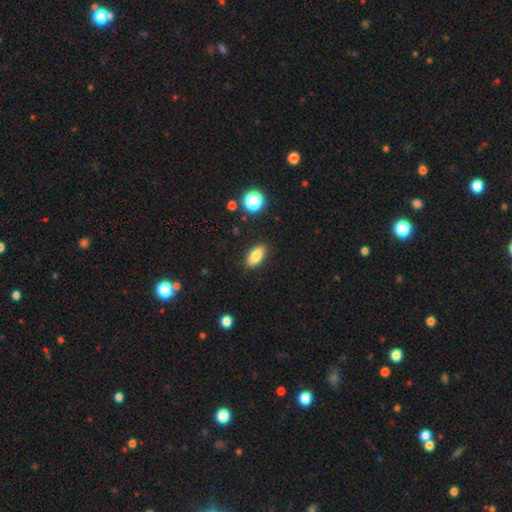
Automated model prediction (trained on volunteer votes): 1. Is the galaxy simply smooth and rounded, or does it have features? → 84% smooth, 9% star or artifact, 8% featured or disk.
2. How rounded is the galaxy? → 86% in between, 10% cigar-shaped, 4% round.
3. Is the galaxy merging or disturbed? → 88% none, 8% minor disturbance, 2% major disturbance, 1% merger.